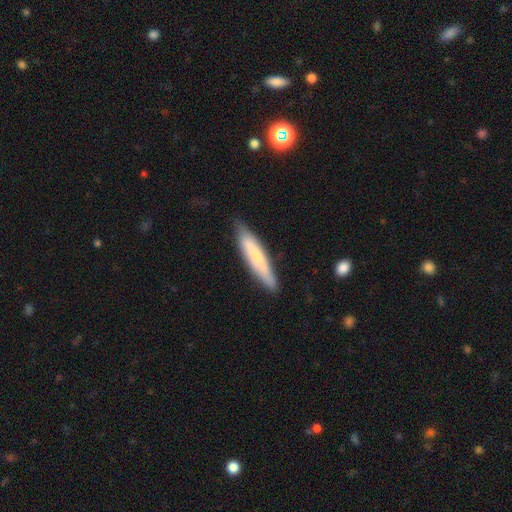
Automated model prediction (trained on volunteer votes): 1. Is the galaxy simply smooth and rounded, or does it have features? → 65% smooth, 29% featured or disk, 6% star or artifact.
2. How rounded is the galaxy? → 86% cigar-shaped, 13% in between, 1% round.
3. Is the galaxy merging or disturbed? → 80% none, 16% minor disturbance, 3% major disturbance, 1% merger.